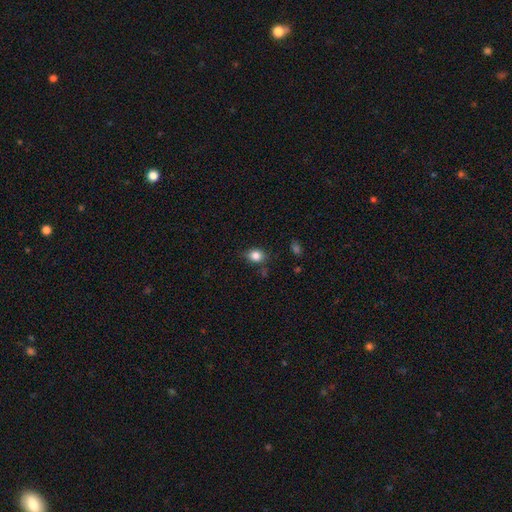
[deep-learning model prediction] Morphology: type=smooth (84%); roundness=round (52%); merging=none (77%).